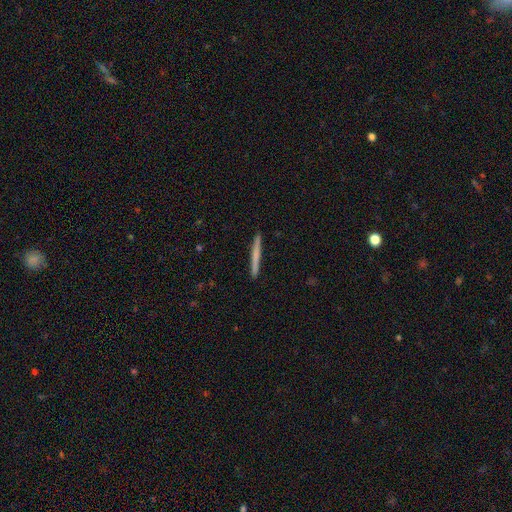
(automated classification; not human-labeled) Smooth or featured? Predicted: smooth (p=0.63). How rounded? Predicted: cigar-shaped (p=0.97). Merging? Predicted: none (p=0.93).